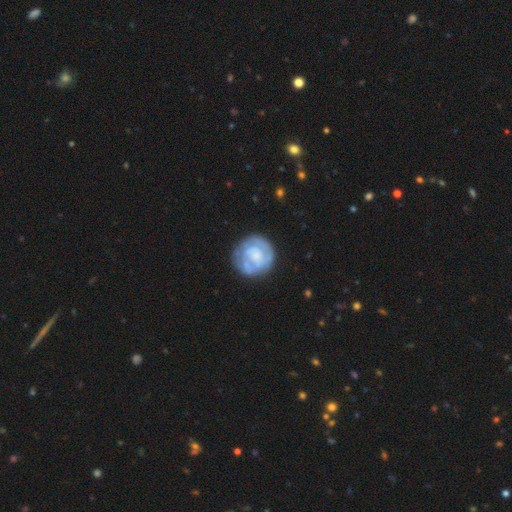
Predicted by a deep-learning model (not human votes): A featured or disk galaxy (66%) with no bar (75%), spiral arms (69%) and no central bulge (38%).

Vote fractions:
- Smooth or featured? featured or disk: 66% / smooth: 28% / star or artifact: 6%
- Edge-on disk? no: 98% / yes: 2%
- Bar? no: 75% / weak: 20% / strong: 5%
- Spiral arms? yes: 69% / no: 31%
- Bulge size? none: 38% / small: 26% / moderate: 22% / large: 12% / dominant: 2%
- Merging? none: 71% / minor disturbance: 18% / major disturbance: 9% / merger: 2%